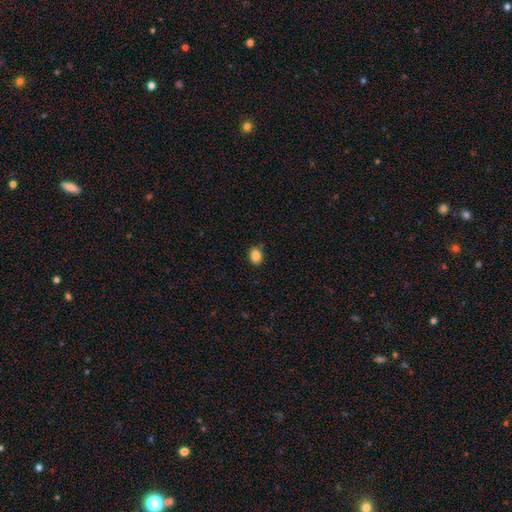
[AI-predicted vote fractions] This is clearly a smooth galaxy (85%). How rounded: likely in between (62%). Merging: clearly none (82%).